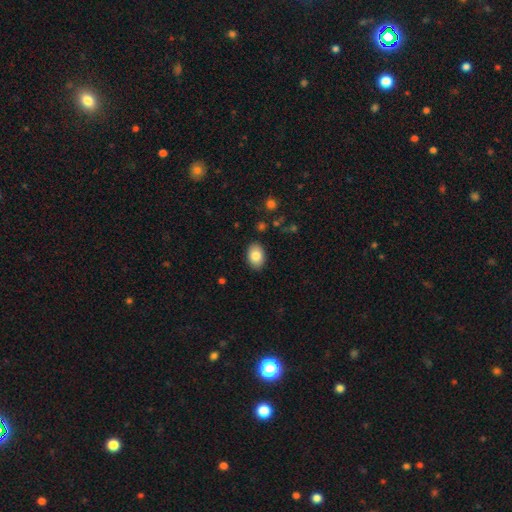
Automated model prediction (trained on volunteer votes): Overall: smooth (83%). How rounded: in between (84%). Merging: none (88%).